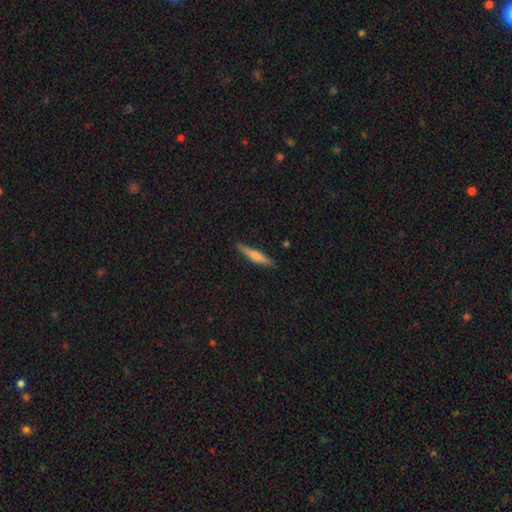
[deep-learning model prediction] This is likely a smooth galaxy (62%). How rounded: clearly cigar-shaped (90%). Merging: clearly none (84%).